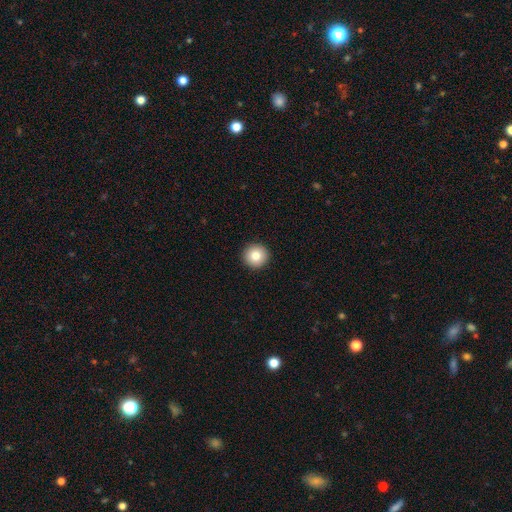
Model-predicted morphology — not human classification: type=smooth (83%); roundness=round (96%); merging=none (94%).